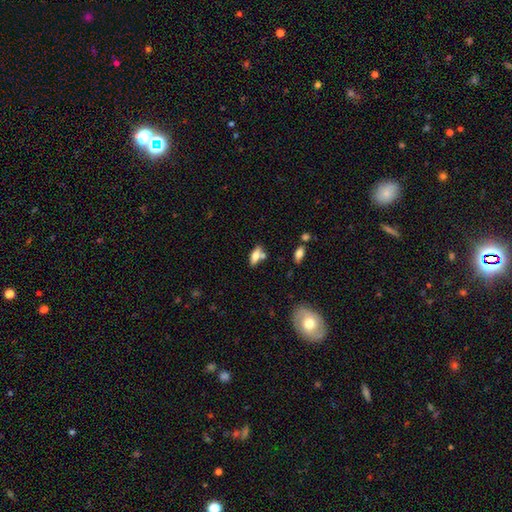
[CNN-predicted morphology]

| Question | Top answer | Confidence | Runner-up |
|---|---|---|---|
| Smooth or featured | smooth | 63% | featured or disk (29%) |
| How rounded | in between | 73% | cigar-shaped (23%) |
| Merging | none | 60% | merger (21%) |